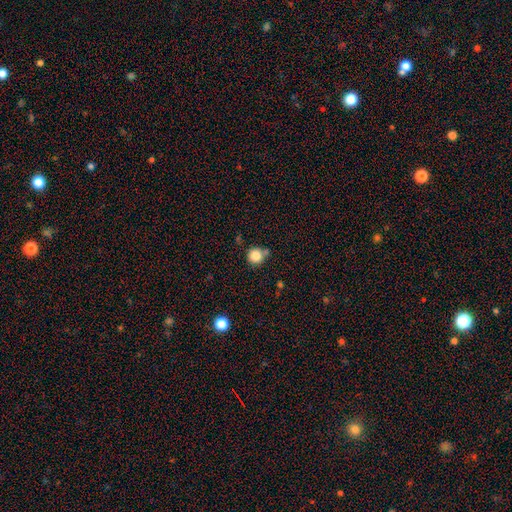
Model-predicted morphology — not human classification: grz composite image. It shows a smooth galaxy with no disk features (84%) that is round (93%). Merging: none (71%).